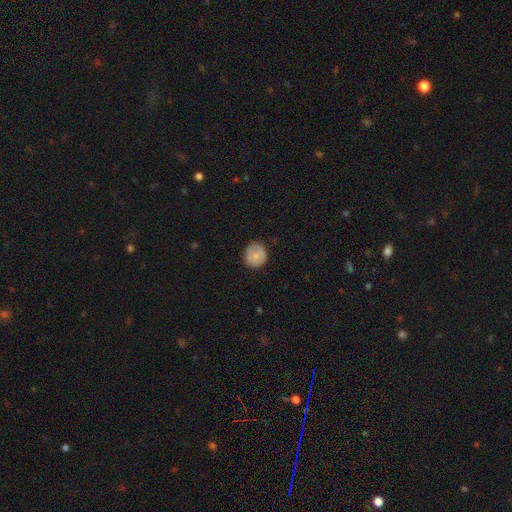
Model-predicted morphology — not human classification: Q: Smooth or featured?
A: smooth (72%); runner-up: featured or disk (21%)
Q: How rounded?
A: round (87%); runner-up: in between (12%)
Q: Merging?
A: none (81%); runner-up: minor disturbance (15%)